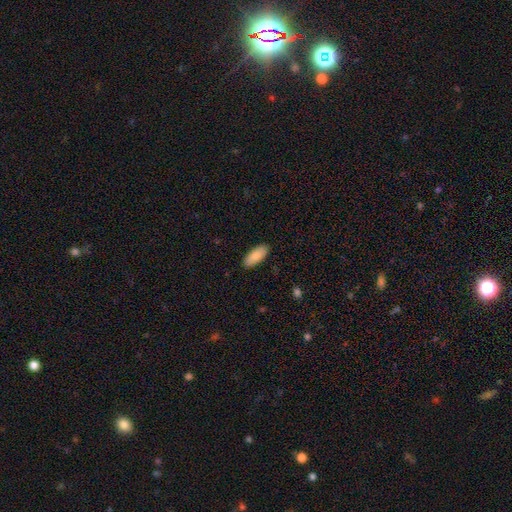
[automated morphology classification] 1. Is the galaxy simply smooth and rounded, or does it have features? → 89% smooth, 6% star or artifact, 5% featured or disk.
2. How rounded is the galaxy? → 82% in between, 17% cigar-shaped, 2% round.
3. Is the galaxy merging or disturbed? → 89% none, 8% minor disturbance, 2% major disturbance, 1% merger.